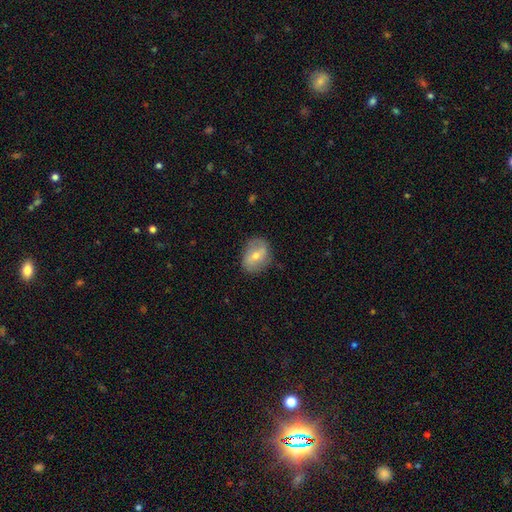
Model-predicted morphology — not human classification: featured or disk 54%, smooth 37%, star or artifact 9%. Down the decision tree: edge-on disk — no (94%); bar — weak (42%); spiral arms — yes (63%); bulge size — moderate (51%); merging — none (79%).